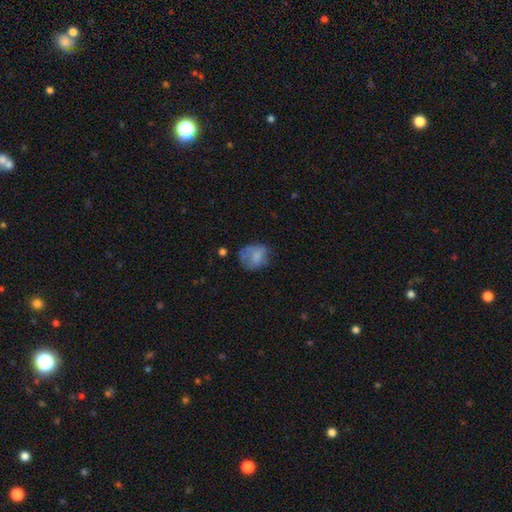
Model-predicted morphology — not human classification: Overall: smooth (70%). How rounded: round (61%; in between 38%). Merging: none (50%; minor disturbance 28%).